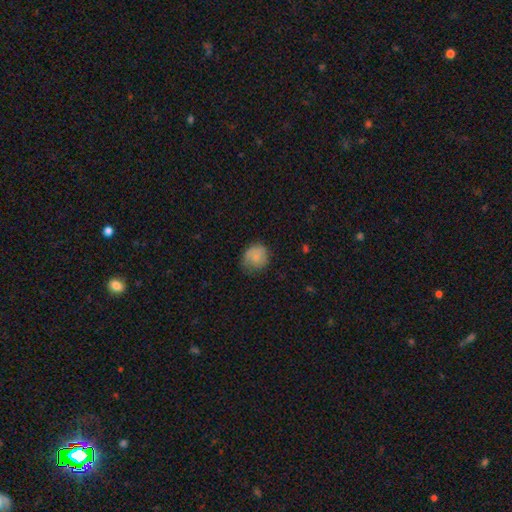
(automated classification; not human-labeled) Q: Smooth or featured?
A: smooth (80%); runner-up: featured or disk (11%)
Q: How rounded?
A: round (76%); runner-up: in between (24%)
Q: Merging?
A: none (63%); runner-up: minor disturbance (28%)